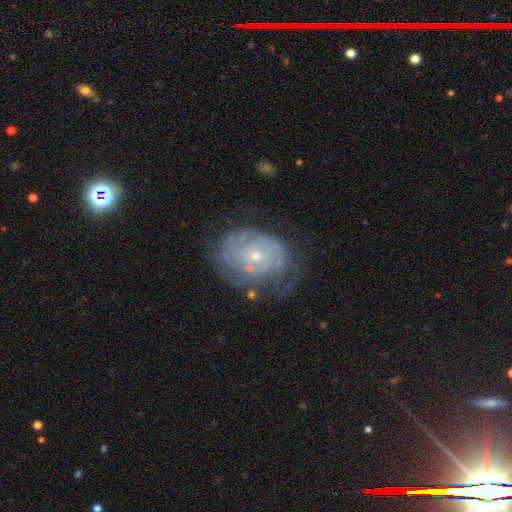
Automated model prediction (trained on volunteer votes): A featured or disk galaxy (81%) with no bar (77%), tight (76%) spiral arms (90%) and a small central bulge (69%). Merging: none (62%).